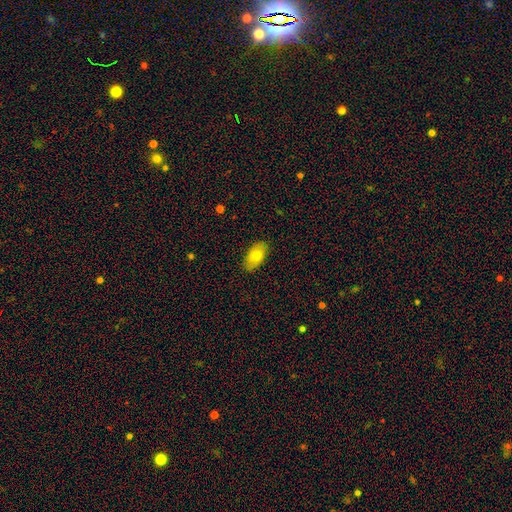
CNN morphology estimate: Overall: smooth (78%). How rounded: in between (94%). Merging: none (88%).